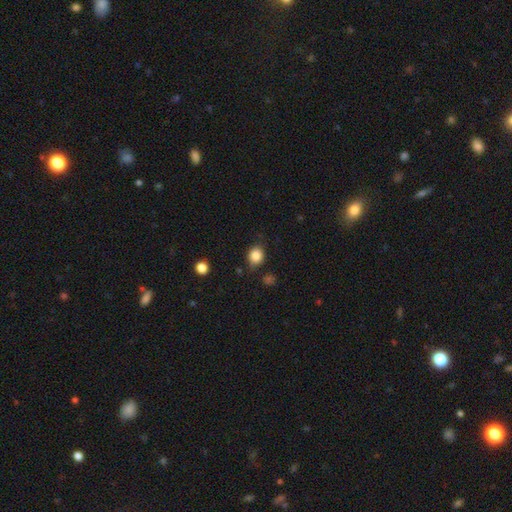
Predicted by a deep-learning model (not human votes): The model was most divided on "how rounded": round: 62%, in between: 37%, cigar-shaped: 1%. More confident: smooth or featured — smooth (84%); merging — none (78%).